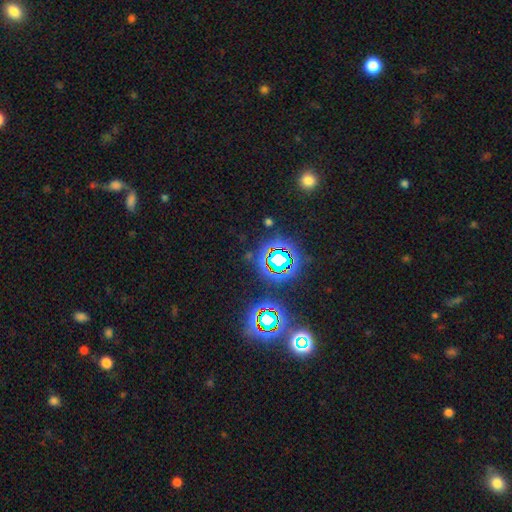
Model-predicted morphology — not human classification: smooth_or_featured: star or artifact (p=0.78) [alt: smooth p=0.14]